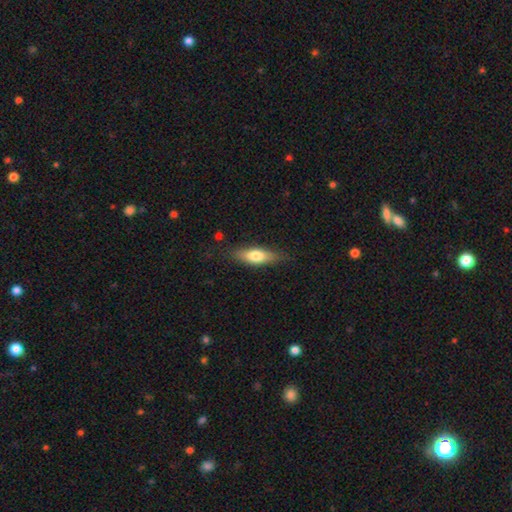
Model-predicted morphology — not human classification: A smooth galaxy with no disk features (71%) that is in between round and cigar-shaped (57%). Merging: none (79%).